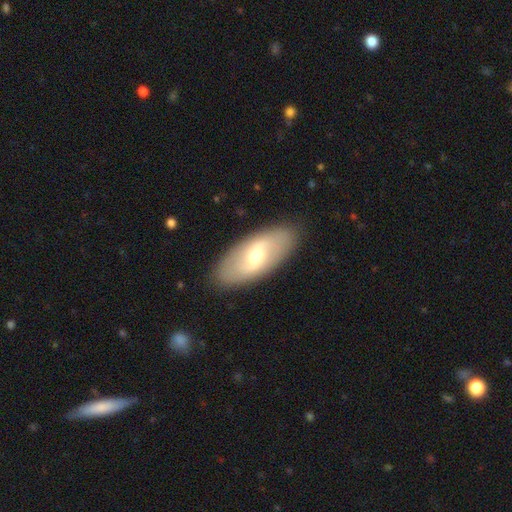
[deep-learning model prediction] Smooth or featured? featured or disk (54%)
Edge-on disk? no (88%)
Merging? none (87%)